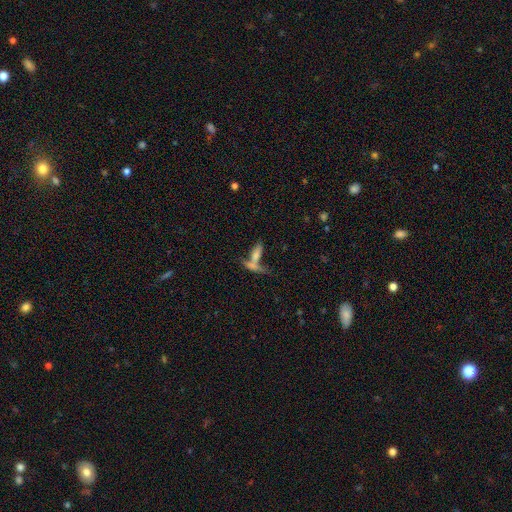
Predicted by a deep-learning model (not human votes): A smooth galaxy with no disk features (61%) that is cigar-shaped (52%).

Vote fractions:
- Smooth or featured? smooth: 61% / featured or disk: 27% / star or artifact: 12%
- How rounded? cigar-shaped: 52% / in between: 44% / round: 4%
- Merging? merger: 54% / none: 29% / minor disturbance: 9% / major disturbance: 8%